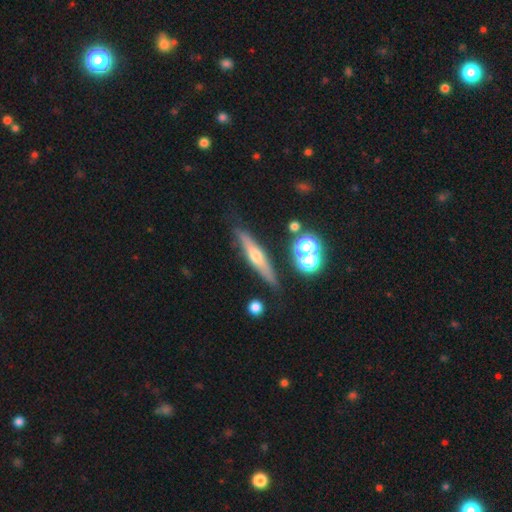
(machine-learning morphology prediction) Overall: featured or disk (59%; smooth 33%). Edge-on disk: yes (93%). Edge-on bulge: rounded (86%). Merging: none (81%).